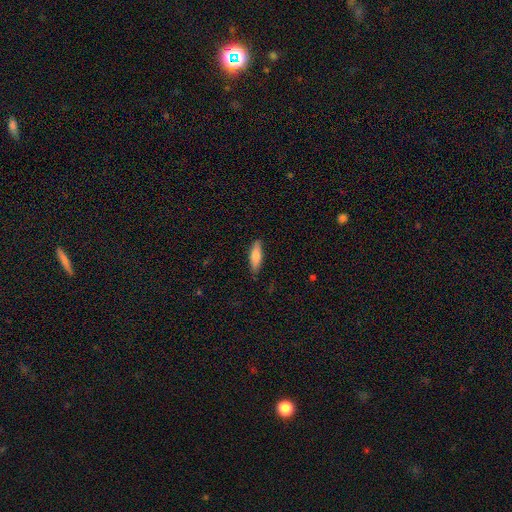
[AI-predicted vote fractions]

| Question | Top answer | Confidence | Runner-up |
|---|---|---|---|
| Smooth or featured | smooth | 74% | featured or disk (20%) |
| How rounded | cigar-shaped | 55% | in between (43%) |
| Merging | none | 85% | minor disturbance (12%) |